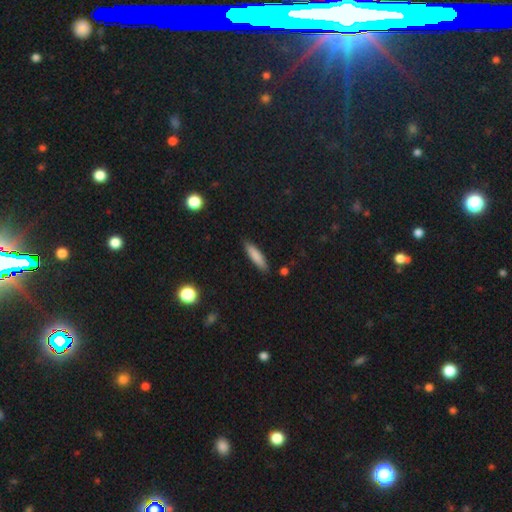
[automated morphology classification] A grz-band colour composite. It shows a smooth galaxy with no disk features (83%) that is cigar-shaped (77%). Merging: none (87%).